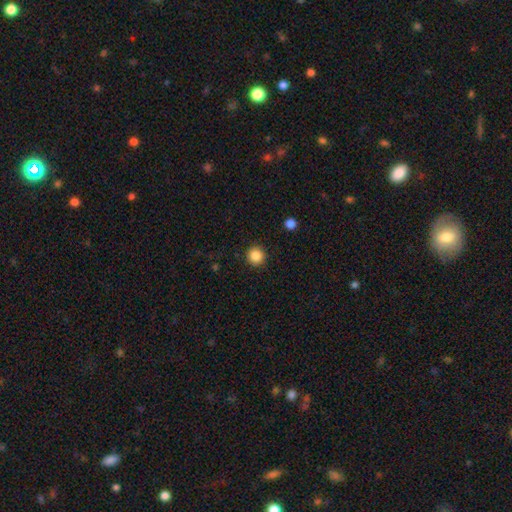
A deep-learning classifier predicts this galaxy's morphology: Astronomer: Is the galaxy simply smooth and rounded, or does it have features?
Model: smooth — 87%.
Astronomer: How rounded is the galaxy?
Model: round — 94%.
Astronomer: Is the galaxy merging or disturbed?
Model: none — 92%.